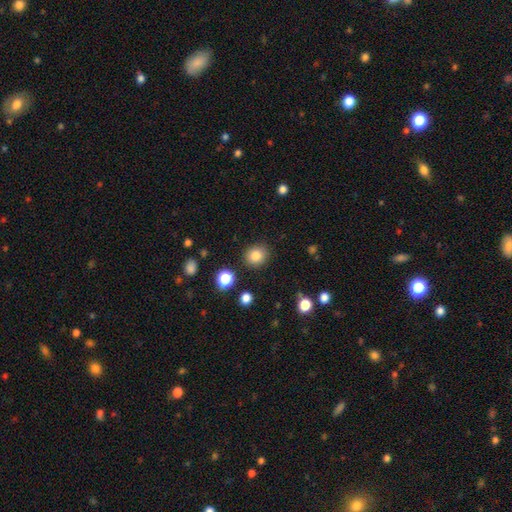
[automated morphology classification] Smooth or featured: smooth — 83% (star or artifact — 11%)
How rounded: round — 82% (in between — 17%)
Merging: none — 87% (minor disturbance — 8%)